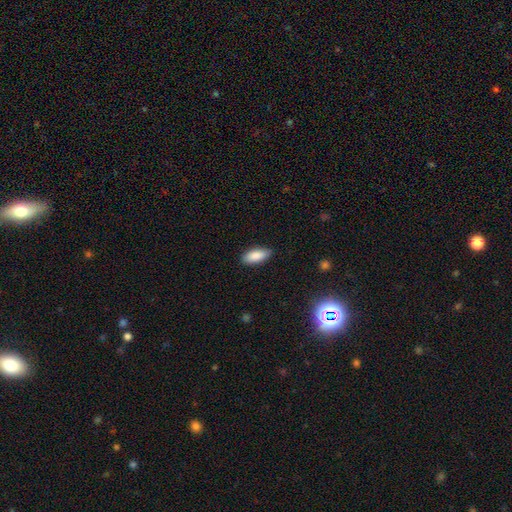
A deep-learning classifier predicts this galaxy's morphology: type=smooth (88%); roundness=in between (85%); merging=none (87%).